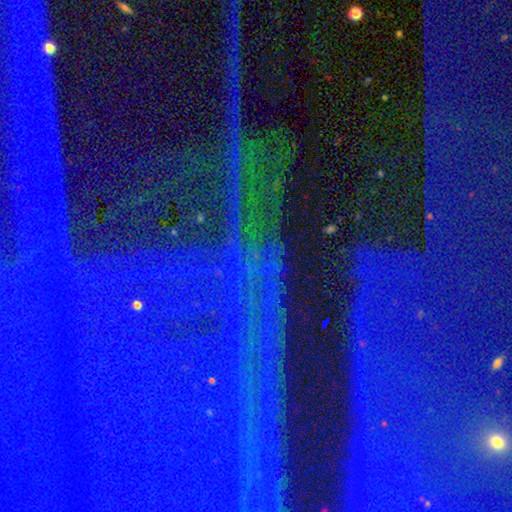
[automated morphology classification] A star or artifact, not a galaxy (86%).